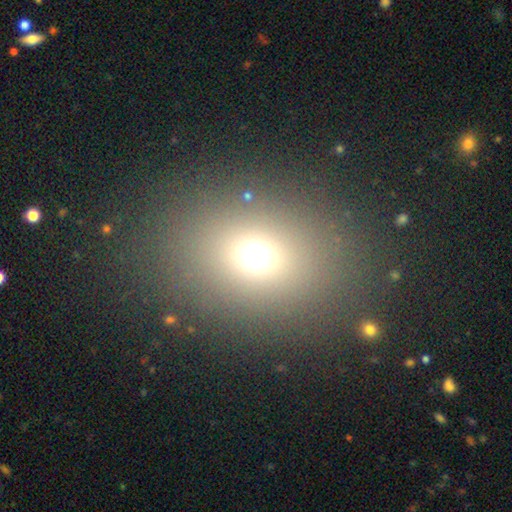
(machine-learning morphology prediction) A smooth galaxy with no disk features (67%) that is round (50%).

Vote fractions:
- Smooth or featured? smooth: 67% / star or artifact: 23% / featured or disk: 10%
- How rounded? round: 50% / in between: 49% / cigar-shaped: 1%
- Merging? none: 85% / minor disturbance: 7% / major disturbance: 5% / merger: 2%